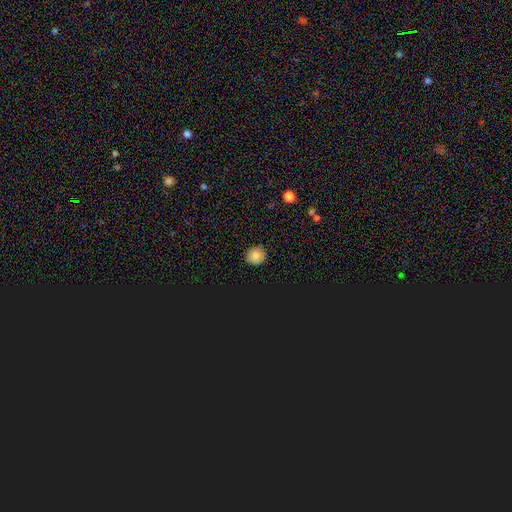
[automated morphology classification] smooth_or_featured: smooth (p=0.75) [alt: star or artifact p=0.16]
how_rounded: round (p=0.88) [alt: in between p=0.11]
merging: none (p=0.87) [alt: minor disturbance p=0.10]